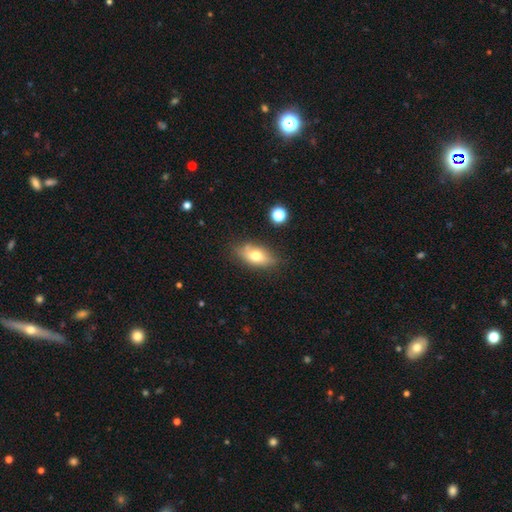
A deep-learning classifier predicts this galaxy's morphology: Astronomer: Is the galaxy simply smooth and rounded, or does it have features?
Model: smooth — 68%.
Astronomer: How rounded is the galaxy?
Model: in between — 84%.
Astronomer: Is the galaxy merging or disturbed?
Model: none — 72%.